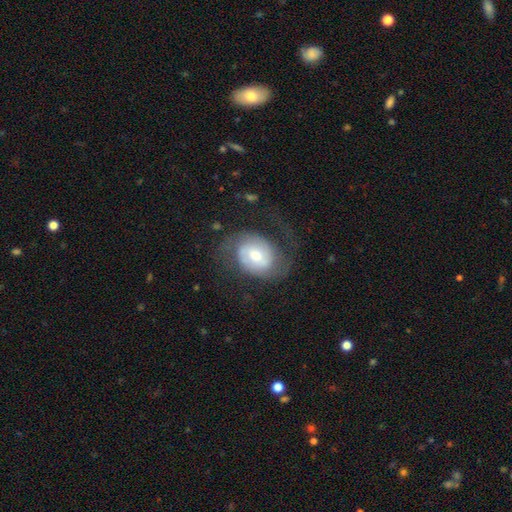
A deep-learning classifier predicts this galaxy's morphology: smooth_or_featured: featured or disk (p=0.66) [alt: smooth p=0.28]
disk_edge_on: no (p=0.97) [alt: yes p=0.03]
bar: weak (p=0.45) [alt: no p=0.41]
has_spiral_arms: yes (p=0.85) [alt: no p=0.15]
spiral_winding: medium (p=0.42) [alt: tight p=0.31]
spiral_arm_count: 2 (p=0.73) [alt: can't tell p=0.15]
bulge_size: moderate (p=0.56) [alt: small p=0.32]
merging: none (p=0.53) [alt: major disturbance p=0.26]